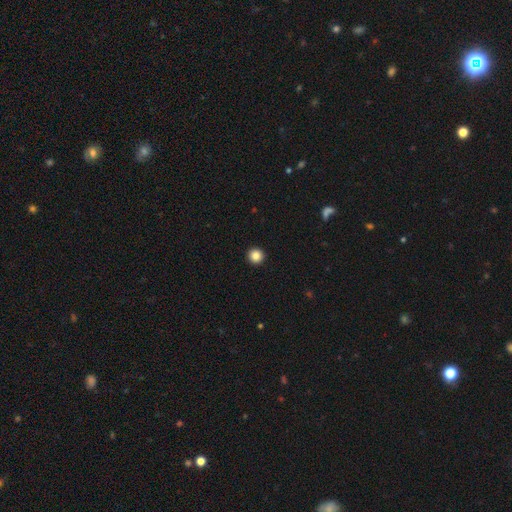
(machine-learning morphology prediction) smooth_or_featured: smooth (p=0.85) [alt: star or artifact p=0.10]
how_rounded: round (p=0.96) [alt: in between p=0.03]
merging: none (p=0.94) [alt: minor disturbance p=0.03]